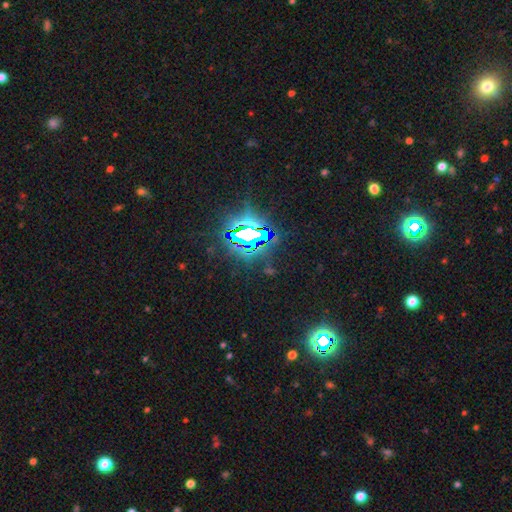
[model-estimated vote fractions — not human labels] Smooth or featured?
  - star or artifact: 82% *
  - smooth: 10%
  - featured or disk: 8%